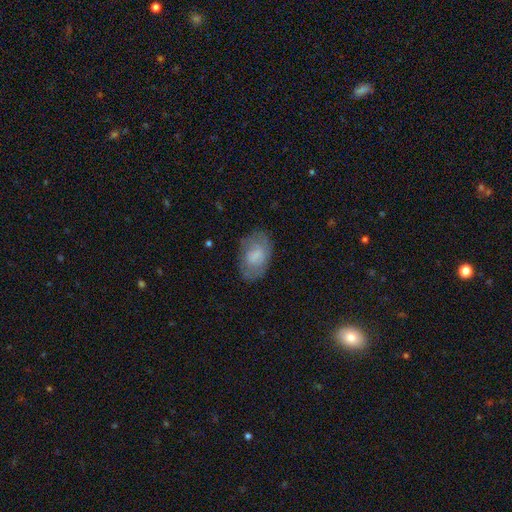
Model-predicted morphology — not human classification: smooth_or_featured: smooth (p=0.66) [alt: featured or disk p=0.27]
how_rounded: in between (p=0.90) [alt: round p=0.08]
merging: none (p=0.65) [alt: minor disturbance p=0.23]